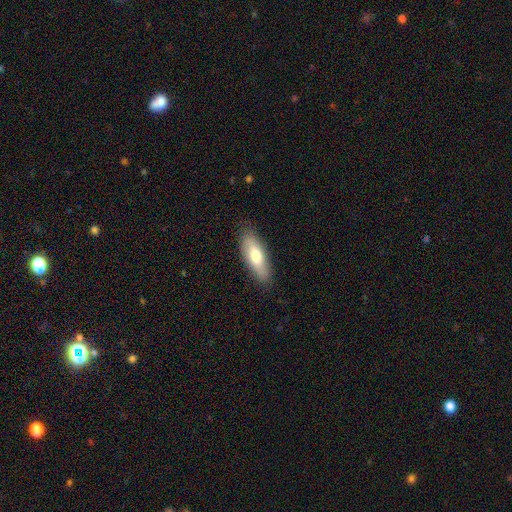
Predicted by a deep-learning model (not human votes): smooth-or-featured: smooth: 68% | featured or disk: 26% | star or artifact: 6%
  how-rounded: in between: 63% | cigar-shaped: 35% | round: 2%
  merging: none: 84% | minor disturbance: 12% | major disturbance: 2% | merger: 1%